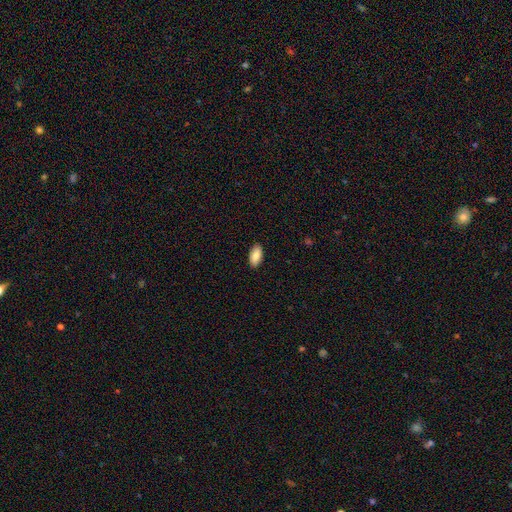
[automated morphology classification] smooth-or-featured: smooth: 85% | featured or disk: 9% | star or artifact: 6%
  how-rounded: in between: 92% | cigar-shaped: 5% | round: 2%
  merging: none: 90% | minor disturbance: 8% | major disturbance: 2% | merger: 1%